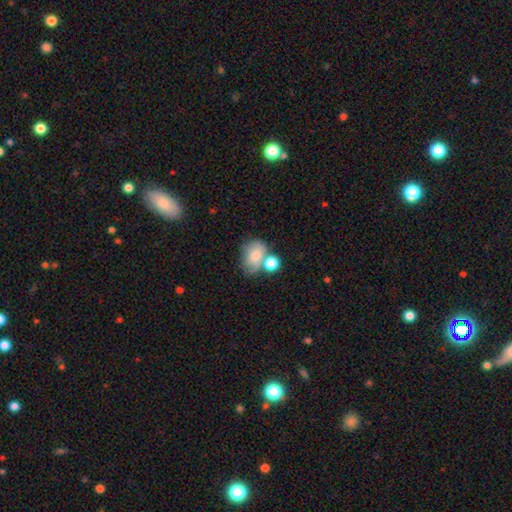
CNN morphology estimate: Overall: smooth (71%). How rounded: in between (62%; round 37%). Merging: merger (37%; none 35%).